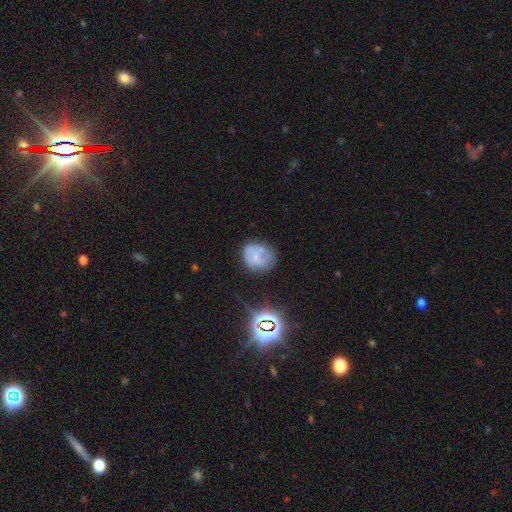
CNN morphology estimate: smooth-or-featured: featured or disk: 53% | smooth: 34% | star or artifact: 14%
  disk-edge-on: no: 98% | yes: 2%
    bar: no: 67% | weak: 25% | strong: 7%
    has-spiral-arms: yes: 63% | no: 37%
    bulge-size: none: 56% | small: 30% | moderate: 11% | large: 2% | dominant: 1%
  merging: none: 61% | minor disturbance: 23% | major disturbance: 13% | merger: 3%